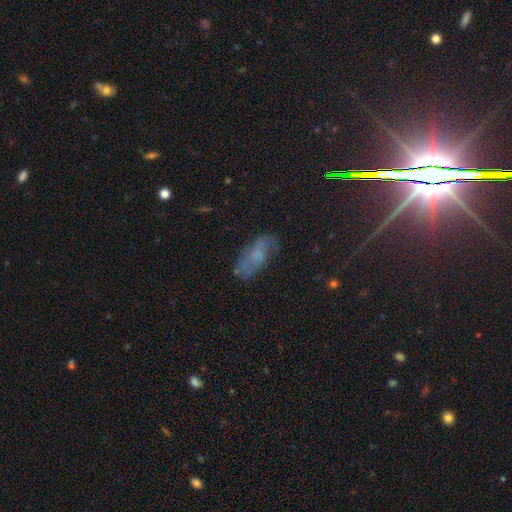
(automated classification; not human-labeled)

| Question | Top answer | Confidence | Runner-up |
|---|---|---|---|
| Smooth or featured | smooth | 45% | featured or disk (38%) |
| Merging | none | 67% | minor disturbance (22%) |